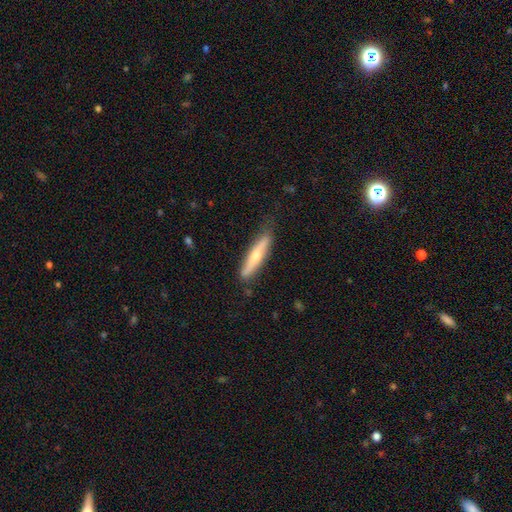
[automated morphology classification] Smooth or featured? Predicted: smooth (p=0.48). Merging? Predicted: none (p=0.77).